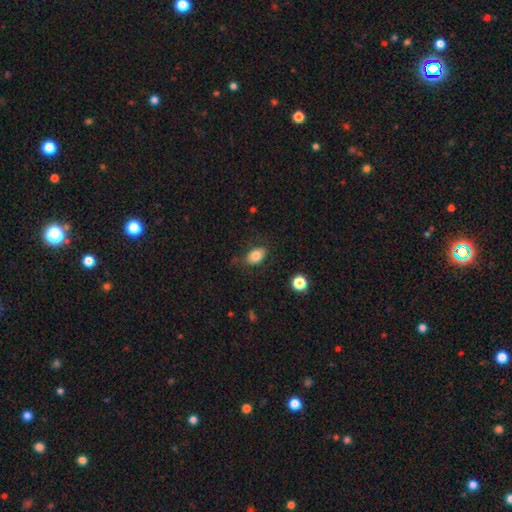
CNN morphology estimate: Smooth or featured? Predicted: smooth (p=0.81). How rounded? Predicted: in between (p=0.85). Merging? Predicted: none (p=0.76).